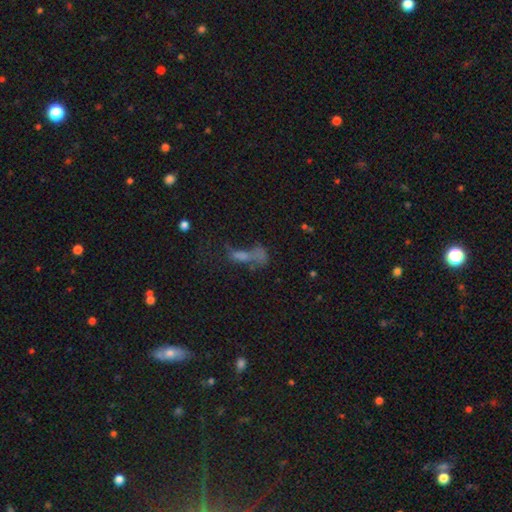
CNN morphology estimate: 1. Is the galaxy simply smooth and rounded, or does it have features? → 43% smooth, 34% star or artifact, 23% featured or disk.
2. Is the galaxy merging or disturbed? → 39% none, 34% merger, 14% major disturbance, 13% minor disturbance.